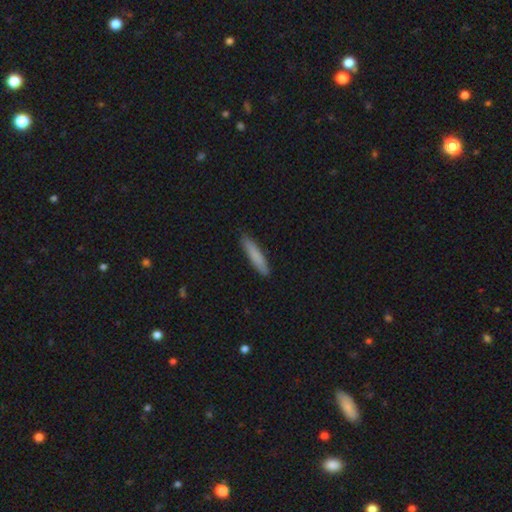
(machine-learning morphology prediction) Smooth or featured?
  - smooth: 82% *
  - featured or disk: 12%
  - star or artifact: 6%
How rounded?
  - cigar-shaped: 91% *
  - in between: 8%
  - round: 1%
Merging?
  - none: 89% *
  - minor disturbance: 8%
  - major disturbance: 1%
  - merger: 1%